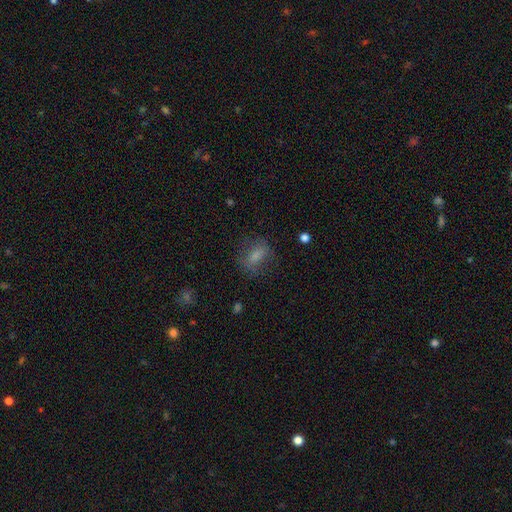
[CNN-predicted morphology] A smooth galaxy with no disk features (71%) that is in between round and cigar-shaped (73%).

Vote fractions:
- Smooth or featured? smooth: 71% / featured or disk: 18% / star or artifact: 11%
- How rounded? in between: 73% / round: 18% / cigar-shaped: 9%
- Merging? none: 68% / minor disturbance: 18% / major disturbance: 12% / merger: 2%